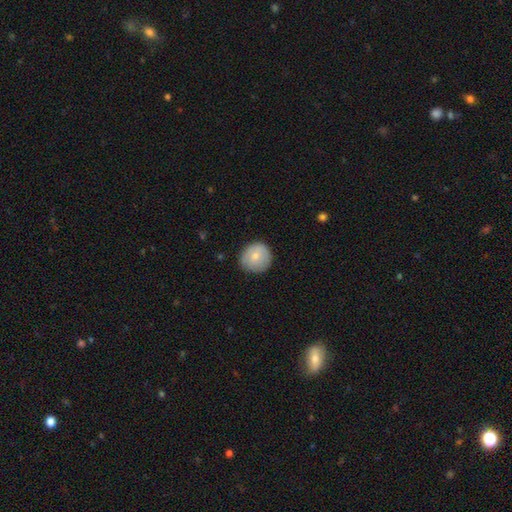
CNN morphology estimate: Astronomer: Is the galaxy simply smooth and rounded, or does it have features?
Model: smooth — 75%.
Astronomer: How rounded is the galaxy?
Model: round — 90%.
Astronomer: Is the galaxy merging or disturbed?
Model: none — 83%.